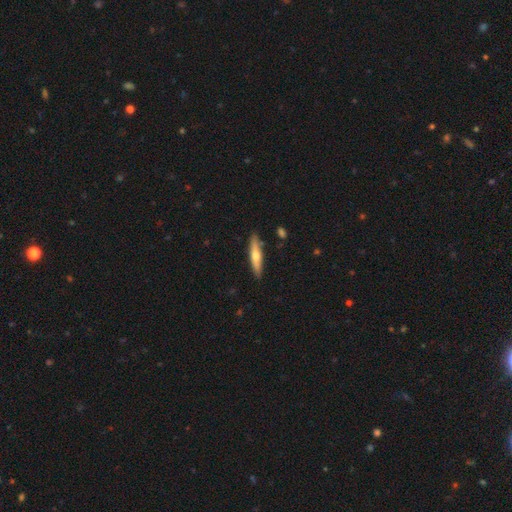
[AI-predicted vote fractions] Smooth or featured: smooth — 51% (featured or disk — 44%)
How rounded: cigar-shaped — 84% (in between — 14%)
Merging: none — 86% (minor disturbance — 10%)